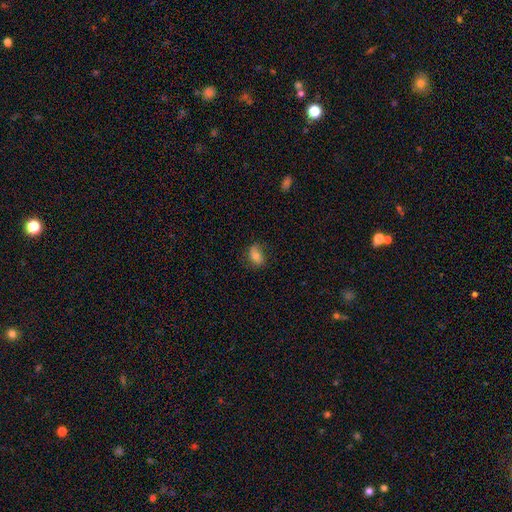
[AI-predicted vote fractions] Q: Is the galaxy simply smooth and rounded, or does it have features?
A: smooth — 73%.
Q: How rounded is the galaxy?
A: in between — 78%.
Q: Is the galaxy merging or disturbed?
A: none — 77%.